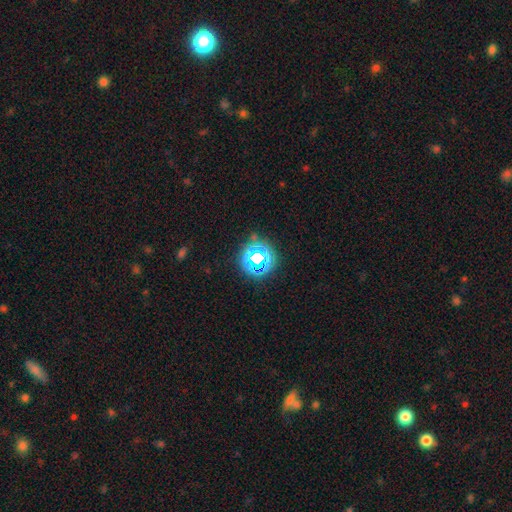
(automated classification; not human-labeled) Smooth or featured?
  - star or artifact: 62% *
  - smooth: 26%
  - featured or disk: 12%